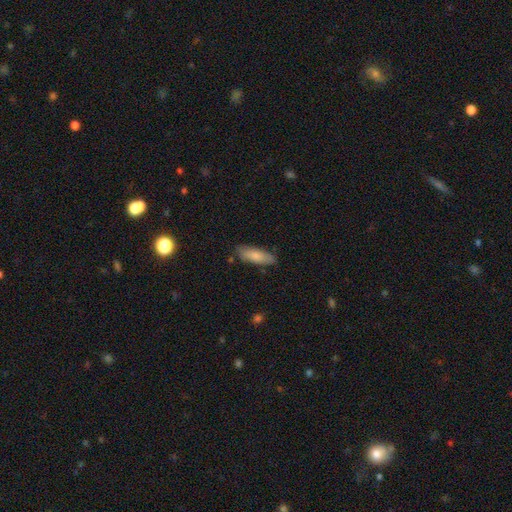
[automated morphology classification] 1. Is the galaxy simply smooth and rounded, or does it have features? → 81% smooth, 13% featured or disk, 6% star or artifact.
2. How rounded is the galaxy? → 56% in between, 43% cigar-shaped, 2% round.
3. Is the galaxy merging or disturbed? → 80% none, 15% minor disturbance, 3% major disturbance, 2% merger.